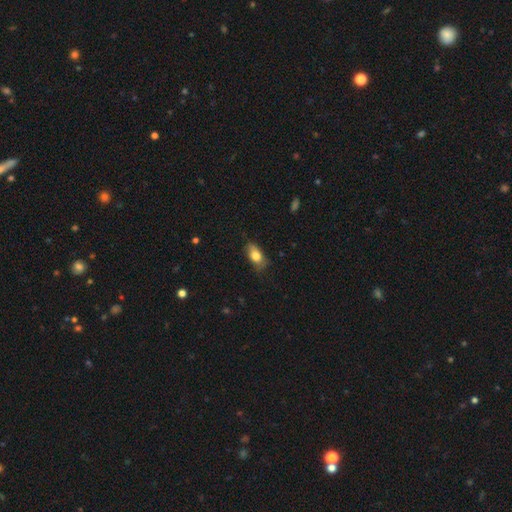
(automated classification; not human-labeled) Smooth or featured: smooth — 78% (featured or disk — 15%)
How rounded: in between — 87% (round — 8%)
Merging: none — 69% (minor disturbance — 24%)